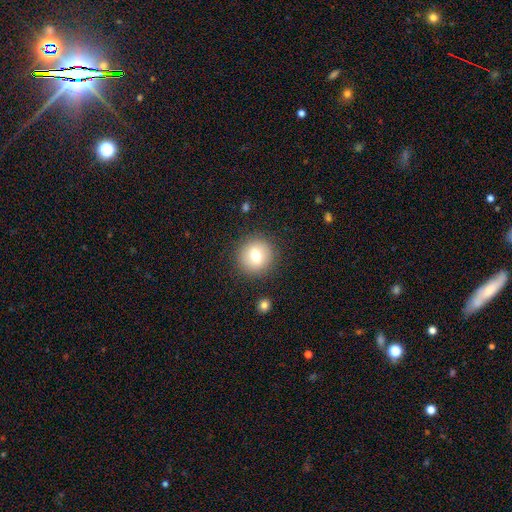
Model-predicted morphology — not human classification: The model was most divided on "smooth or featured": smooth: 70%, featured or disk: 19%, star or artifact: 11%. More confident: how rounded — round (91%); merging — none (88%).